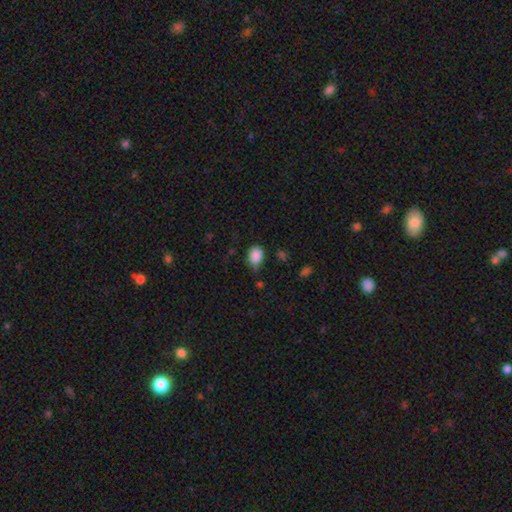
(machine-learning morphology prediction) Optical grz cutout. It shows a smooth galaxy with no disk features (87%) that is in between round and cigar-shaped (62%). Merging: none (61%).